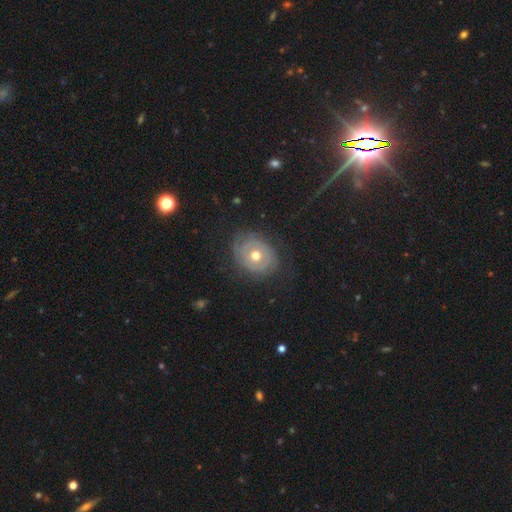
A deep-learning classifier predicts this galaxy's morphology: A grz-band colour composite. It shows a featured or disk galaxy (71%) with no bar (86%), spiral arms (73%) and a moderate central bulge (80%). Merging: none (76%).